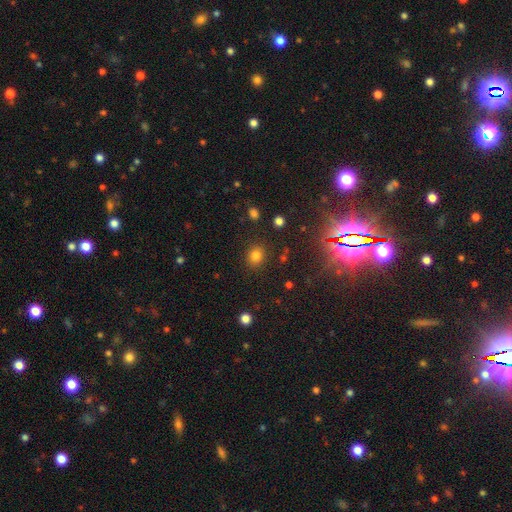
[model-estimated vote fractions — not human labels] Smooth or featured? Predicted: smooth (p=0.79). How rounded? Predicted: round (p=0.75). Merging? Predicted: none (p=0.87).